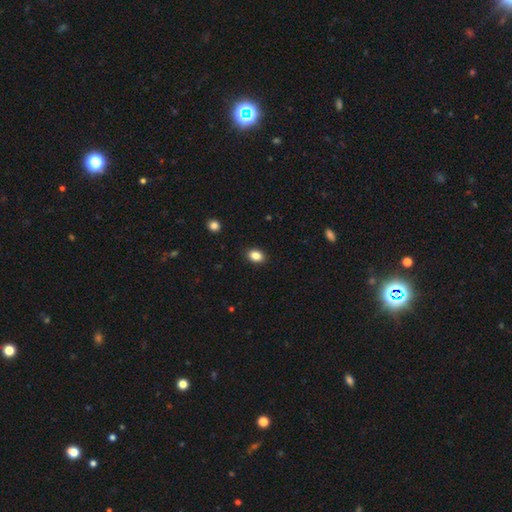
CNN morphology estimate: A smooth galaxy with no disk features (86%) that is in between round and cigar-shaped (72%).

Vote fractions:
- Smooth or featured? smooth: 86% / star or artifact: 10% / featured or disk: 5%
- How rounded? in between: 72% / round: 27% / cigar-shaped: 1%
- Merging? none: 90% / minor disturbance: 7% / major disturbance: 2% / merger: 1%